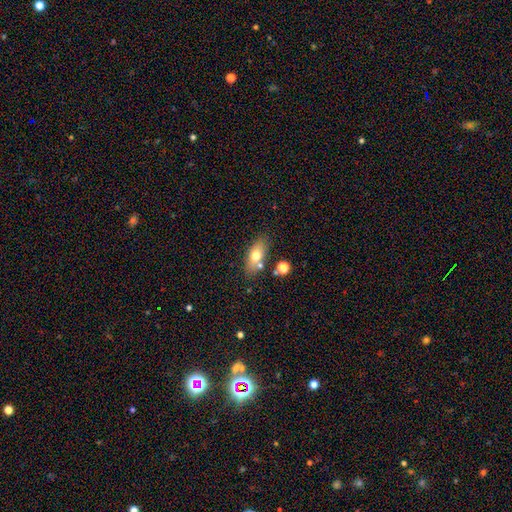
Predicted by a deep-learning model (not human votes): Smooth or featured? smooth (68%)
How rounded? in between (79%)
Merging? none (73%)